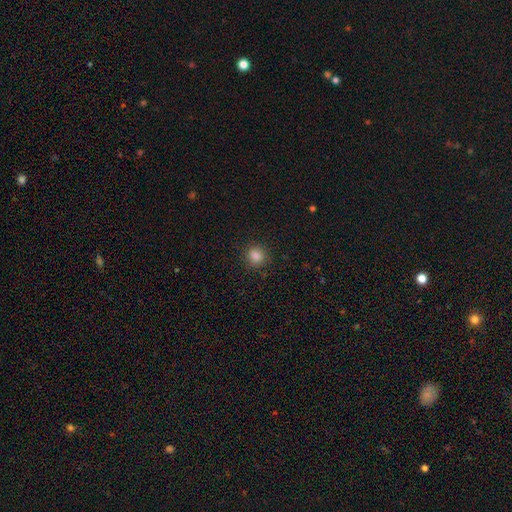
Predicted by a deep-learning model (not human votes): Smooth or featured? Predicted: smooth (p=0.85). How rounded? Predicted: round (p=0.80). Merging? Predicted: none (p=0.88).